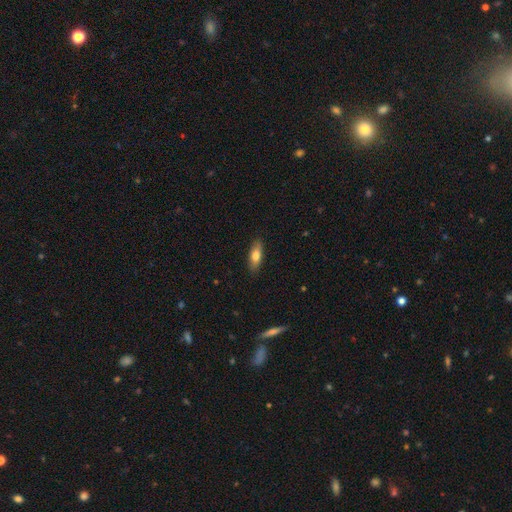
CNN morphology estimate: The model was most divided on "how rounded": in between: 67%, cigar-shaped: 31%, round: 3%. More confident: merging — none (87%); smooth or featured — smooth (73%).